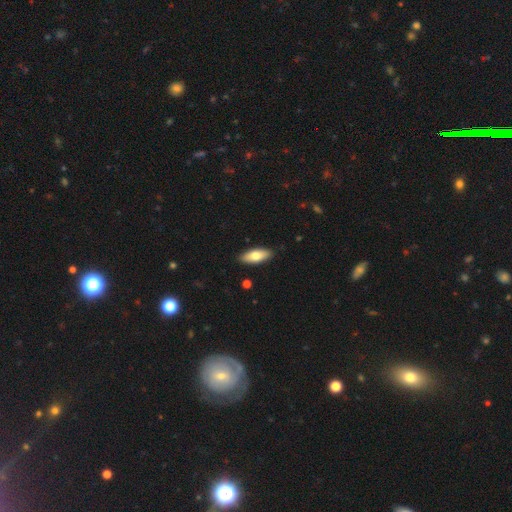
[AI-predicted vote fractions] A smooth galaxy with no disk features (74%) that is in between round and cigar-shaped (76%). Merging: none (89%).